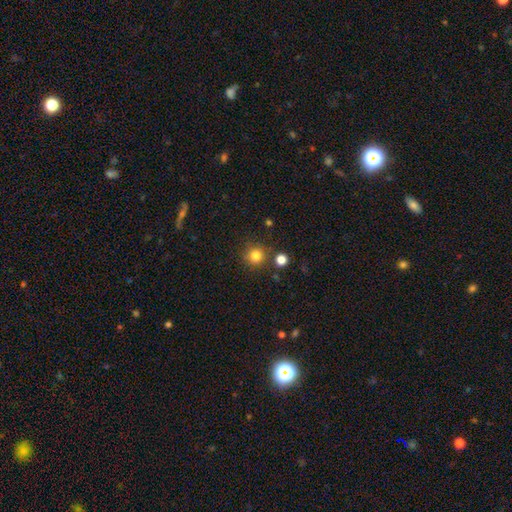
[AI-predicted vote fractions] This appears to be a smooth galaxy with no disk features (82%) that is round (94%). Merging: none (84%).